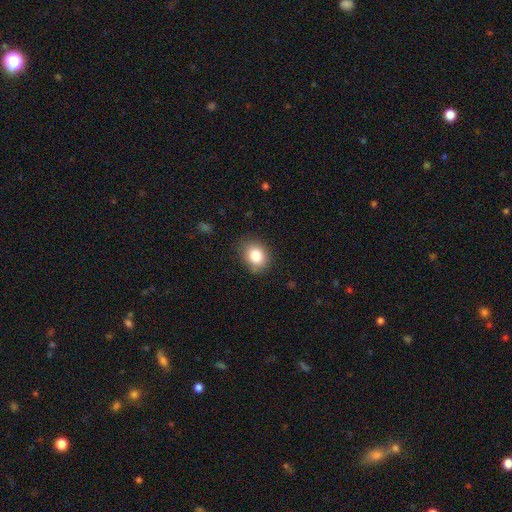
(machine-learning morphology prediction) Overall: smooth (84%). How rounded: in between (52%; round 47%). Merging: none (80%).